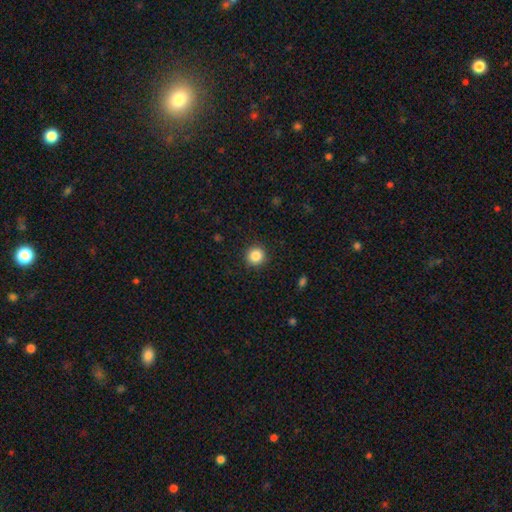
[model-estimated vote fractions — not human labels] Smooth or featured? smooth (86%)
How rounded? round (94%)
Merging? none (92%)